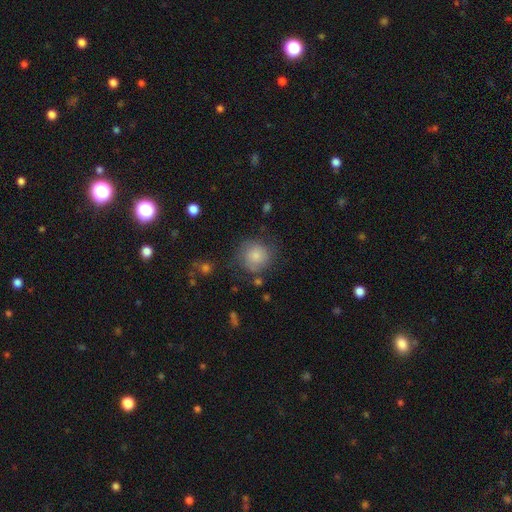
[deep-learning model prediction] Q: Smooth or featured?
A: smooth (79%); runner-up: featured or disk (13%)
Q: How rounded?
A: round (89%); runner-up: in between (10%)
Q: Merging?
A: none (69%); runner-up: minor disturbance (19%)